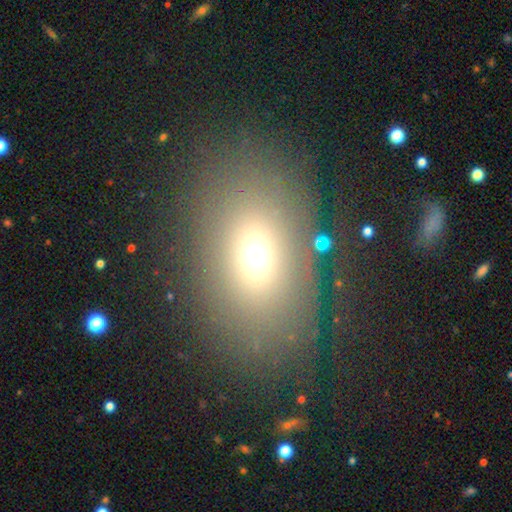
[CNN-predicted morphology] smooth 66%, star or artifact 20%, featured or disk 14%. Down the decision tree: how rounded — in between (69%); merging — none (75%).